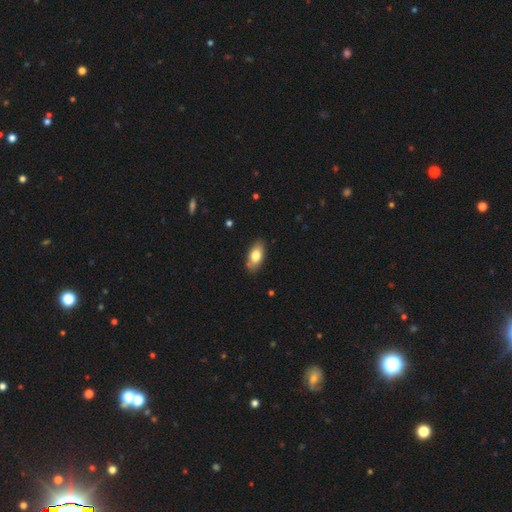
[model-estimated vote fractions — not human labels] Overall: smooth (77%). How rounded: in between (91%). Merging: none (84%).